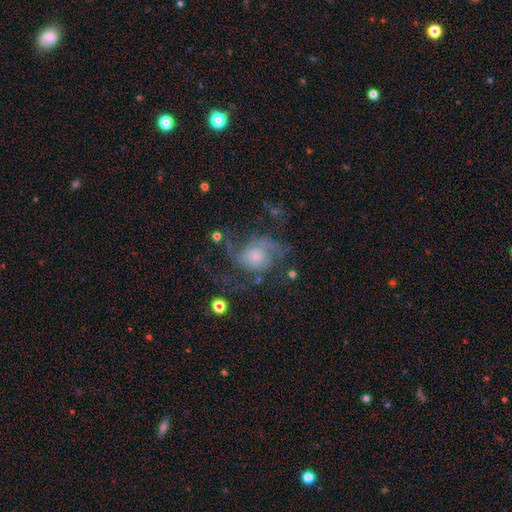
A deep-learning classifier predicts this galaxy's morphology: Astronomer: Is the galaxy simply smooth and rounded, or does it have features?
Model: featured or disk — 77%.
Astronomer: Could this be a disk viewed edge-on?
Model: no — 98%.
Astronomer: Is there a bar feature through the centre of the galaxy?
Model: no — 75%.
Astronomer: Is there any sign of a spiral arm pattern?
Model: yes — 90%.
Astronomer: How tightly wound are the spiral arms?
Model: medium — 47% (runner-up: loose, 31%).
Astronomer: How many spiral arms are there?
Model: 2 — 42% (runner-up: can't tell, 20%).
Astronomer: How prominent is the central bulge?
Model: small — 47% (runner-up: moderate, 35%).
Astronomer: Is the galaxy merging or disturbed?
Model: none — 47% (runner-up: major disturbance, 31%).